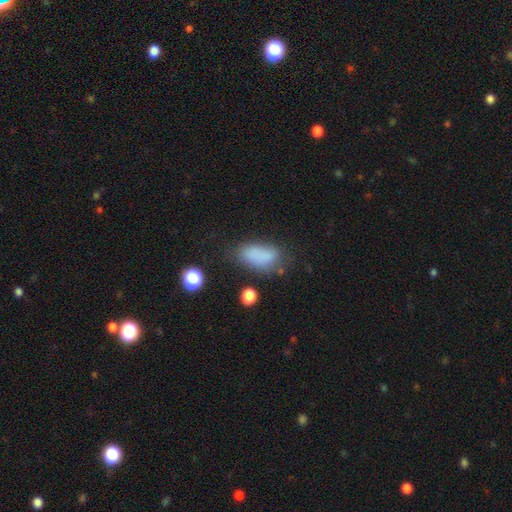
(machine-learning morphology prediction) Smooth or featured? smooth (79%)
How rounded? in between (87%)
Merging? none (55%)